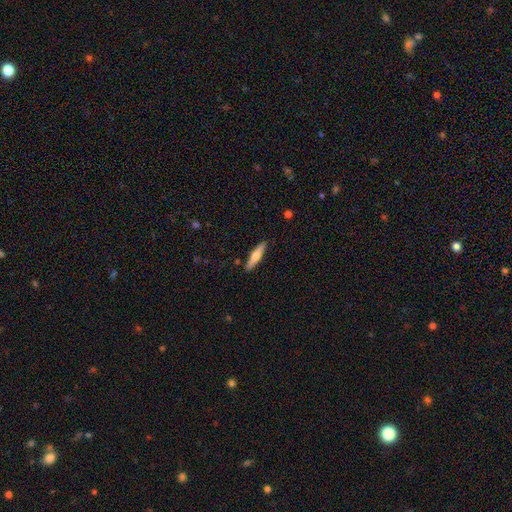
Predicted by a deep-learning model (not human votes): smooth-or-featured: smooth: 51% | featured or disk: 44% | star or artifact: 5%
  how-rounded: cigar-shaped: 85% | in between: 13% | round: 2%
  merging: none: 89% | minor disturbance: 8% | major disturbance: 2% | merger: 2%